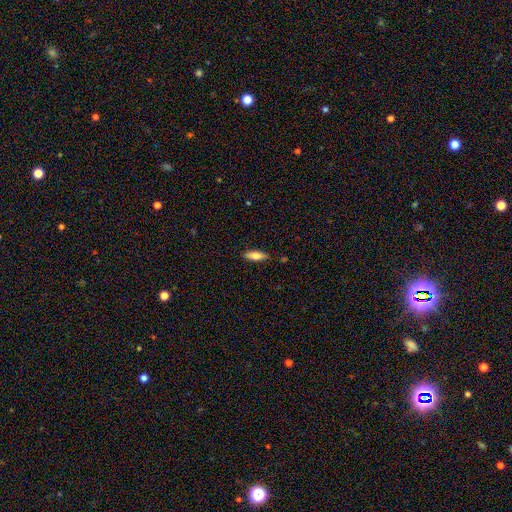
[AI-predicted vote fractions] smooth_or_featured: smooth (p=0.74) [alt: featured or disk p=0.20]
how_rounded: in between (p=0.64) [alt: cigar-shaped p=0.34]
merging: none (p=0.85) [alt: minor disturbance p=0.11]